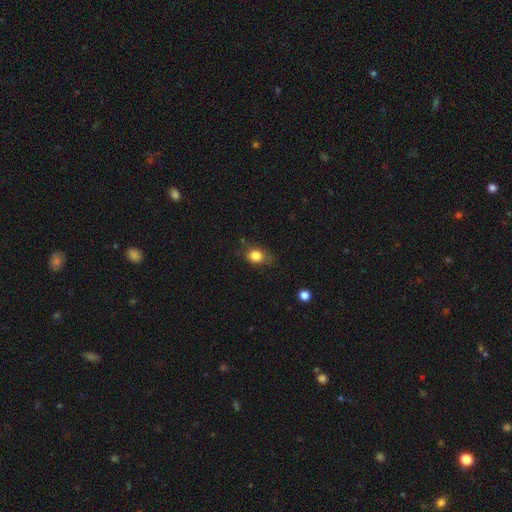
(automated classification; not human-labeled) smooth 83%, star or artifact 10%, featured or disk 8%. Down the decision tree: how rounded — in between (56%); merging — none (65%).